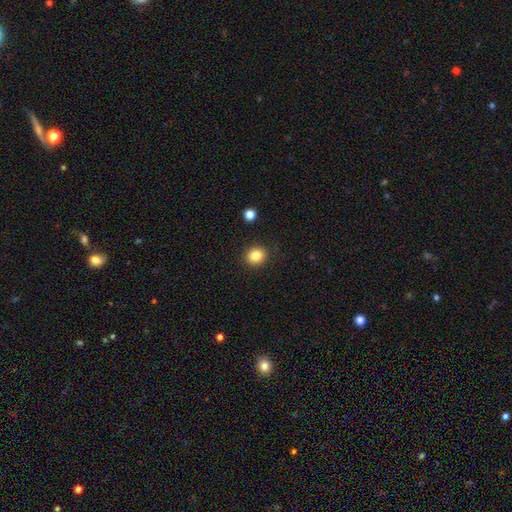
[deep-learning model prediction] Smooth or featured? Predicted: smooth (p=0.84). How rounded? Predicted: round (p=0.78). Merging? Predicted: none (p=0.89).